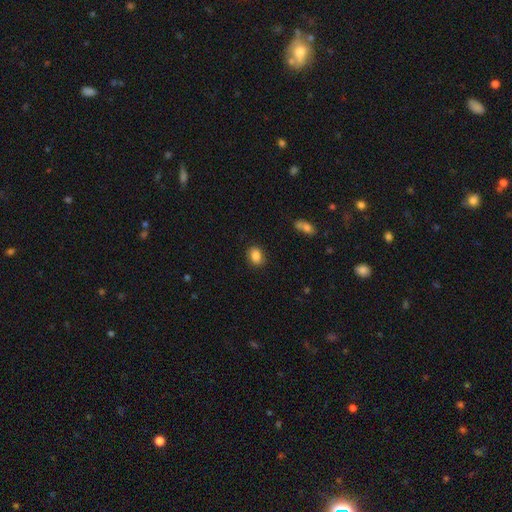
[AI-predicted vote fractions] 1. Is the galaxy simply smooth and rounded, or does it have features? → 86% smooth, 8% star or artifact, 6% featured or disk.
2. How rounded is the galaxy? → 70% in between, 28% round, 1% cigar-shaped.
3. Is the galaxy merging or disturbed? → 85% none, 11% minor disturbance, 3% major disturbance, 1% merger.